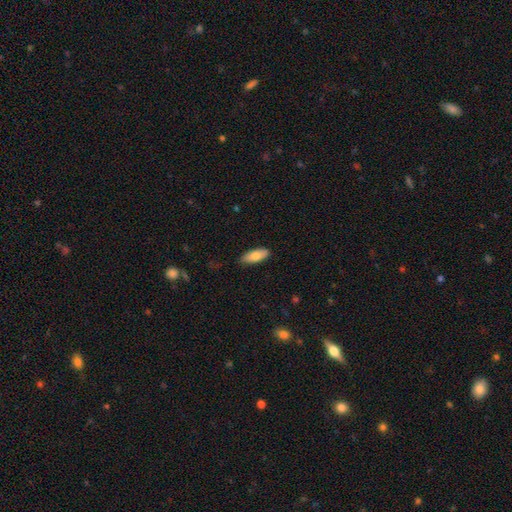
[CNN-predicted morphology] Smooth or featured? smooth (78%)
How rounded? in between (81%)
Merging? none (84%)